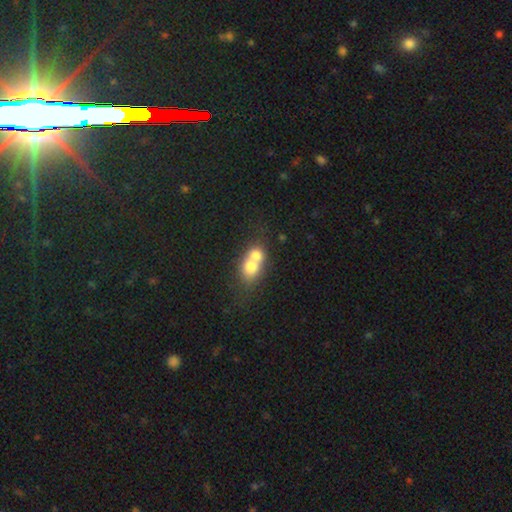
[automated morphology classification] A smooth galaxy with no disk features (69%) that is round (51%). Merging: merger (74%).